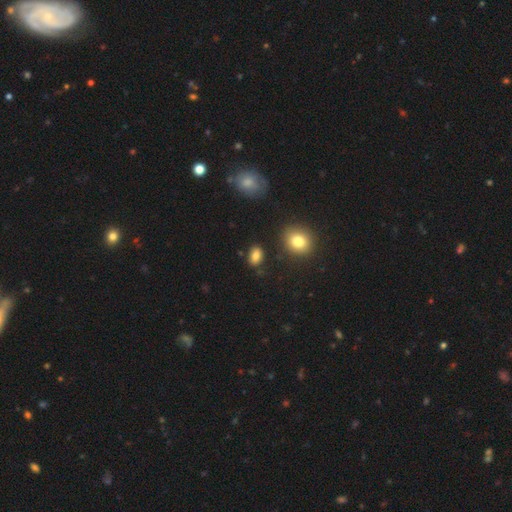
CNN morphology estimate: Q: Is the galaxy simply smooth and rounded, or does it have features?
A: smooth — 83%.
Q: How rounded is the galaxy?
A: in between — 80%.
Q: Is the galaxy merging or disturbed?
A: none — 83%.